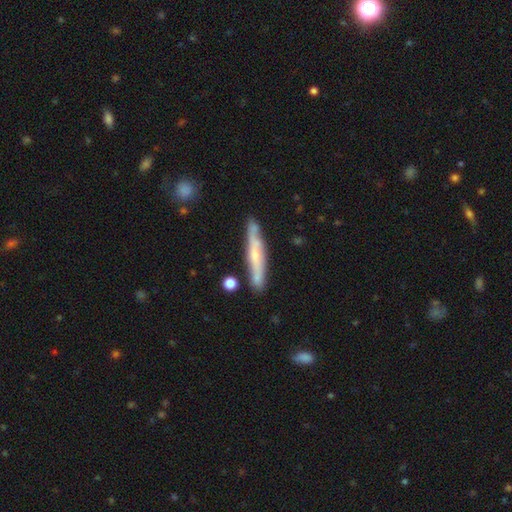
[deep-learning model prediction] Smooth or featured?
  - featured or disk: 55% *
  - smooth: 39%
  - star or artifact: 6%
Edge-on disk?
  - yes: 82% *
  - no: 18%
Merging?
  - none: 78% *
  - minor disturbance: 15%
  - merger: 4%
  - major disturbance: 3%